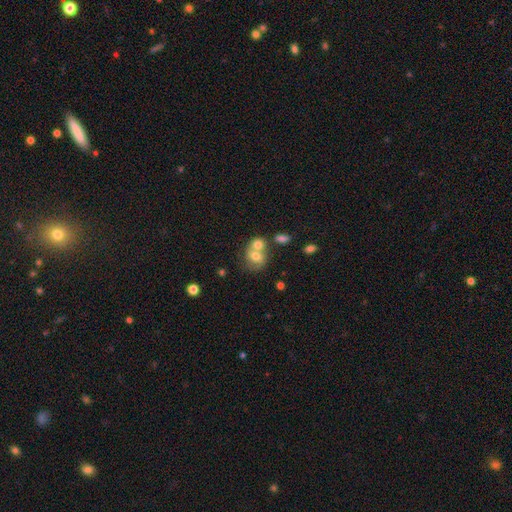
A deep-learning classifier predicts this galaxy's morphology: Smooth or featured? smooth (67%)
How rounded? round (60%)
Merging? merger (59%)